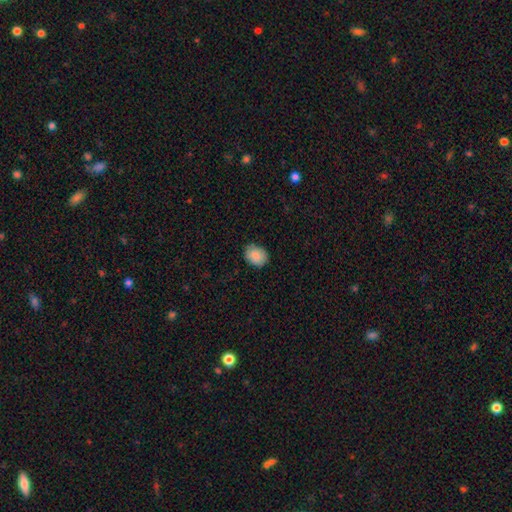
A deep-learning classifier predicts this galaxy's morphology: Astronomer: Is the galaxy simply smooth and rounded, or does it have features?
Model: smooth — 88%.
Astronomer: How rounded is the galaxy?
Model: in between — 54% (runner-up: round, 45%).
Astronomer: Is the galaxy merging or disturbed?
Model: none — 83%.